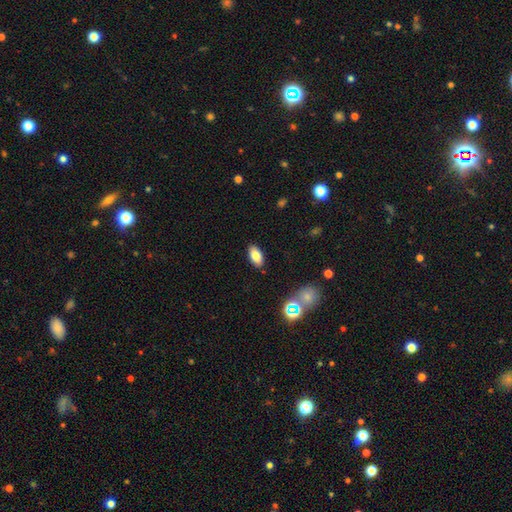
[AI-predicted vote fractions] smooth 79%, featured or disk 11%, star or artifact 10%. Down the decision tree: how rounded — in between (91%); merging — none (87%).